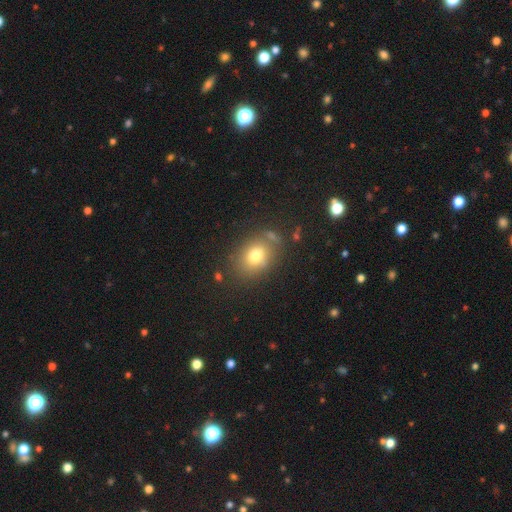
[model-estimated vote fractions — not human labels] smooth 76%, featured or disk 12%, star or artifact 12%. Down the decision tree: how rounded — in between (61%); merging — none (73%).